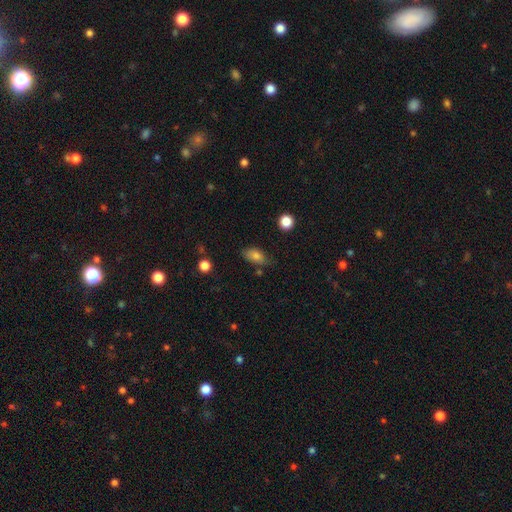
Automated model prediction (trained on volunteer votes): The model was most divided on "merging": none: 65%, minor disturbance: 25%, major disturbance: 6%, merger: 4%. More confident: how rounded — in between (88%); smooth or featured — smooth (81%).